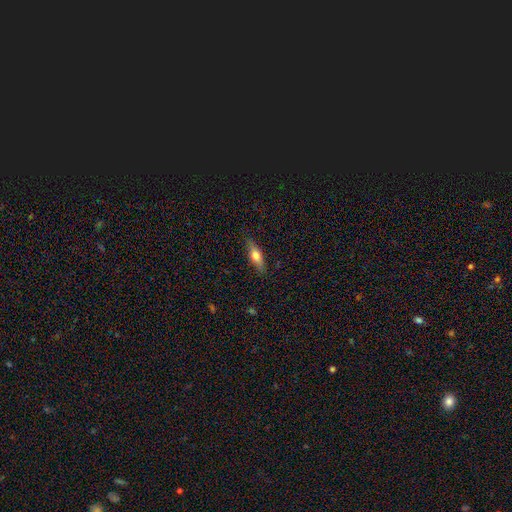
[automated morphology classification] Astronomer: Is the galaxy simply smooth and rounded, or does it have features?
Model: smooth — 59% (runner-up: featured or disk, 34%).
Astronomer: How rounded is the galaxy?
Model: cigar-shaped — 52% (runner-up: in between, 45%).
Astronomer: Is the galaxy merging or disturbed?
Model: none — 85%.